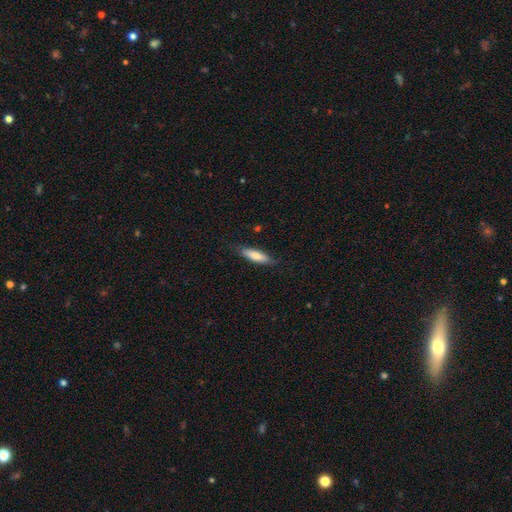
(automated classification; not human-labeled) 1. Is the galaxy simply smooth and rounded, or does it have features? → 75% smooth, 20% featured or disk, 6% star or artifact.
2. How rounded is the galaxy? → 61% cigar-shaped, 38% in between, 2% round.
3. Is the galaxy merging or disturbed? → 82% none, 14% minor disturbance, 3% major disturbance, 1% merger.